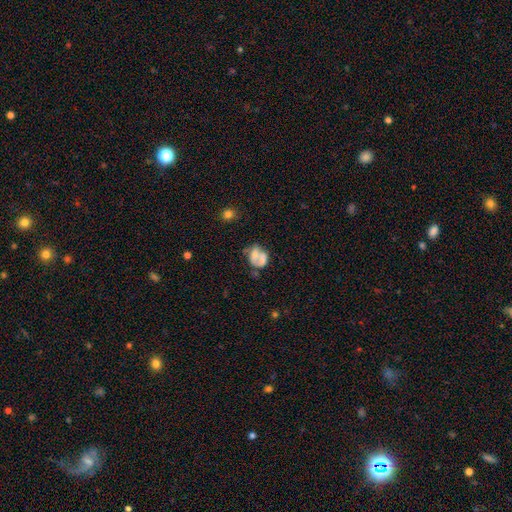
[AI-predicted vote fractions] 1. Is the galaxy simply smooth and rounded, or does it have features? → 48% smooth, 43% featured or disk, 10% star or artifact.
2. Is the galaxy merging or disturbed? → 30% merger, 29% none, 21% minor disturbance, 20% major disturbance.